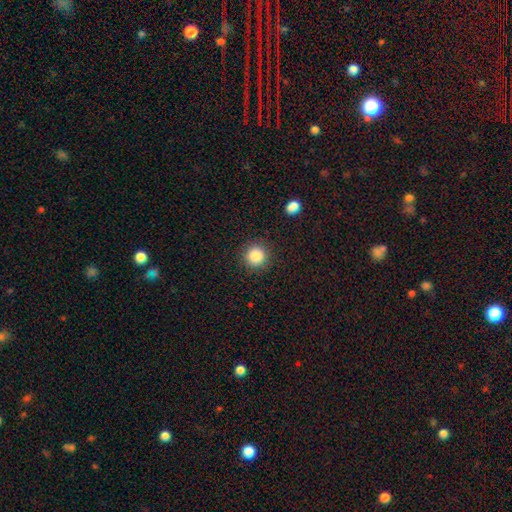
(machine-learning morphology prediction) smooth_or_featured: smooth (p=0.86) [alt: star or artifact p=0.10]
how_rounded: round (p=0.94) [alt: in between p=0.05]
merging: none (p=0.90) [alt: minor disturbance p=0.06]